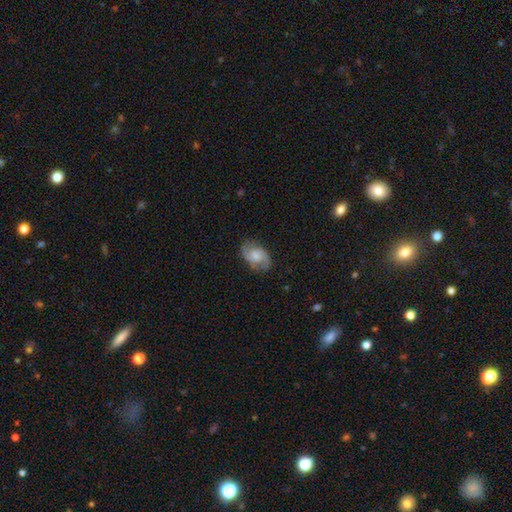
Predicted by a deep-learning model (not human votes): This appears to be a featured or disk galaxy (69%) with no bar (52%), 2 (90%) medium (52%) spiral arms (94%) and a moderate central bulge (34%). Merging: none (79%).